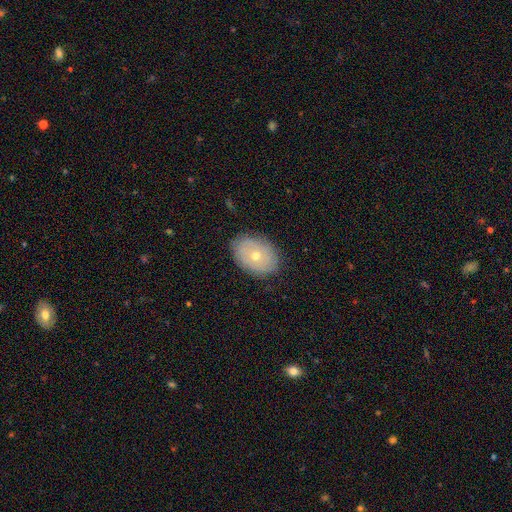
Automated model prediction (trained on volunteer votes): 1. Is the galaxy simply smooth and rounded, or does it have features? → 53% smooth, 39% featured or disk, 9% star or artifact.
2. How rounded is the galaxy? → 74% in between, 25% round, 1% cigar-shaped.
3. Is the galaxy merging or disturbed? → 85% none, 12% minor disturbance, 3% major disturbance, 1% merger.